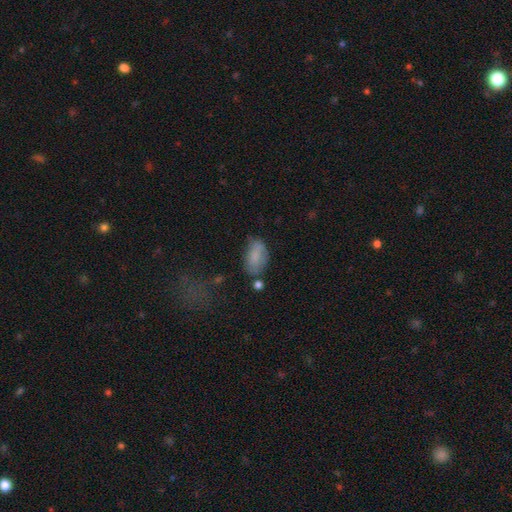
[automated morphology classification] Q: Smooth or featured?
A: smooth (76%); runner-up: featured or disk (15%)
Q: How rounded?
A: in between (91%); runner-up: round (6%)
Q: Merging?
A: none (52%); runner-up: minor disturbance (28%)